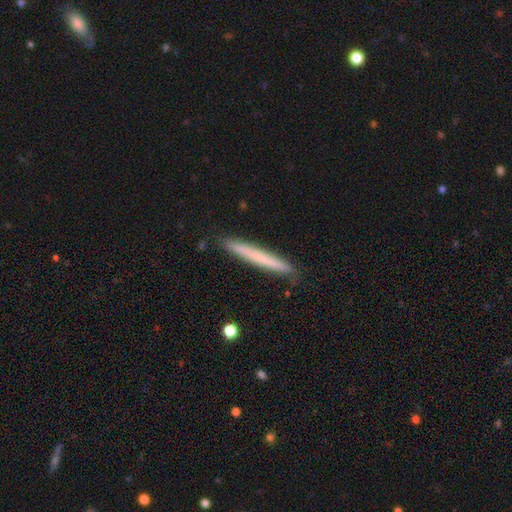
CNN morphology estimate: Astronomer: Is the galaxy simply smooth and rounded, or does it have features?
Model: smooth — 63%.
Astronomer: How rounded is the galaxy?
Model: cigar-shaped — 97%.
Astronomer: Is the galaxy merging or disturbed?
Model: none — 91%.